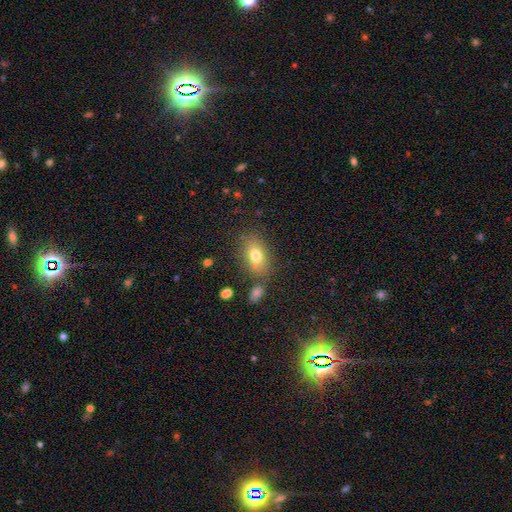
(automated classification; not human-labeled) smooth 76%, featured or disk 14%, star or artifact 10%. Down the decision tree: how rounded — in between (85%); merging — none (75%).